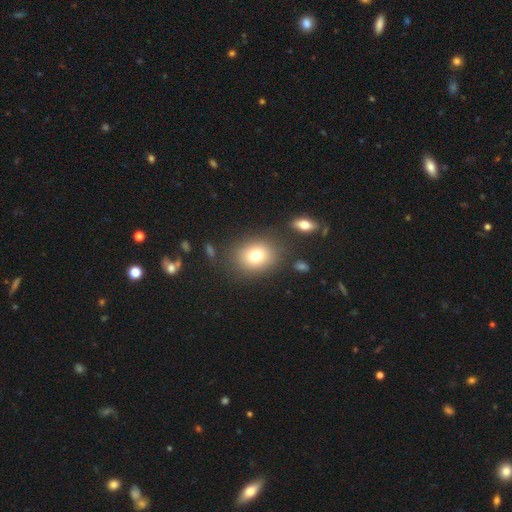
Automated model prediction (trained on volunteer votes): Smooth or featured? smooth (77%)
How rounded? round (59%)
Merging? none (81%)